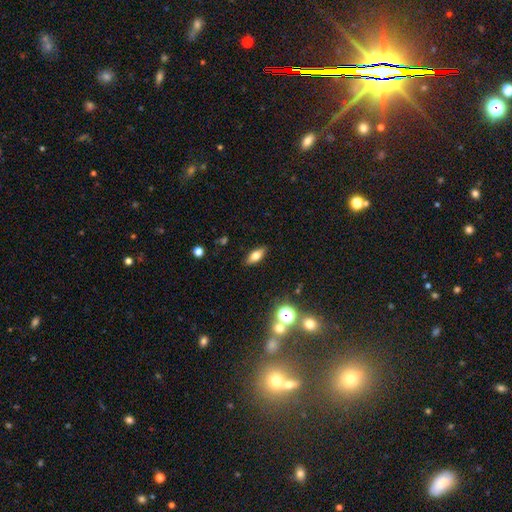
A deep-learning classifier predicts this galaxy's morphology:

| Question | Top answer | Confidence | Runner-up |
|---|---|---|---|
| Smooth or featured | smooth | 65% | featured or disk (24%) |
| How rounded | in between | 75% | cigar-shaped (20%) |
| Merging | none | 88% | minor disturbance (9%) |